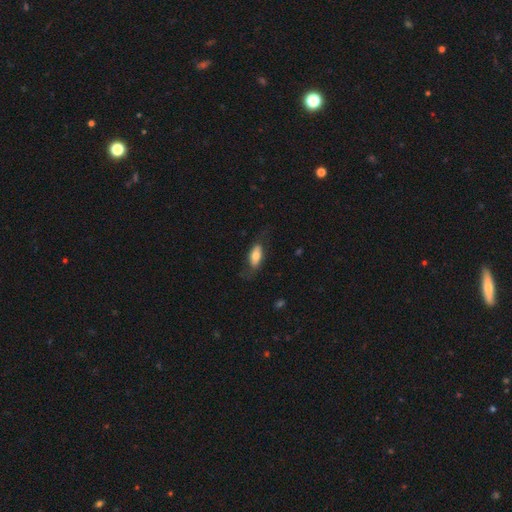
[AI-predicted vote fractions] Q: Smooth or featured?
A: smooth (69%); runner-up: featured or disk (25%)
Q: How rounded?
A: in between (79%); runner-up: cigar-shaped (17%)
Q: Merging?
A: none (68%); runner-up: minor disturbance (21%)